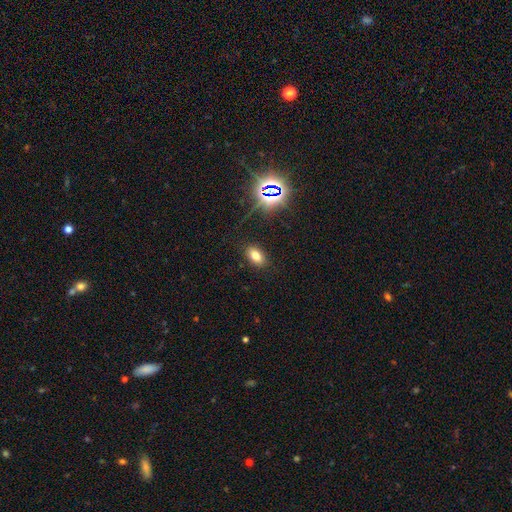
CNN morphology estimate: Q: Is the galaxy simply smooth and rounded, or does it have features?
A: smooth — 72%.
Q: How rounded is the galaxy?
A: in between — 89%.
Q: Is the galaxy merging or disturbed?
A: none — 87%.